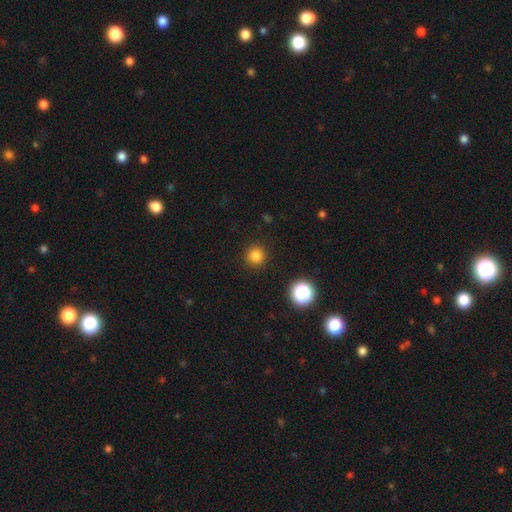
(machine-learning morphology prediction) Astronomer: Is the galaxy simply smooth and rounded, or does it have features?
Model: smooth — 81%.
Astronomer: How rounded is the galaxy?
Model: round — 95%.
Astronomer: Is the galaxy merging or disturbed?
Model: none — 92%.